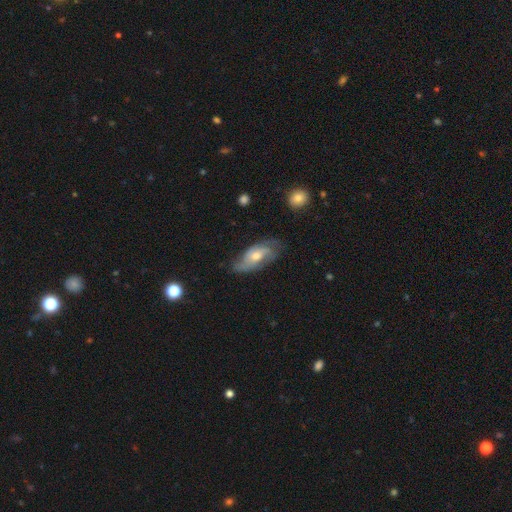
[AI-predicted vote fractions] Smooth or featured? Predicted: featured or disk (p=0.66). Edge-on disk? Predicted: no (p=0.89). Bar? Predicted: no (p=0.64). Spiral arms? Predicted: yes (p=0.86). Spiral winding? Predicted: medium (p=0.43). Spiral arm count? Predicted: 2 (p=0.58). Bulge size? Predicted: moderate (p=0.66). Merging? Predicted: none (p=0.62).